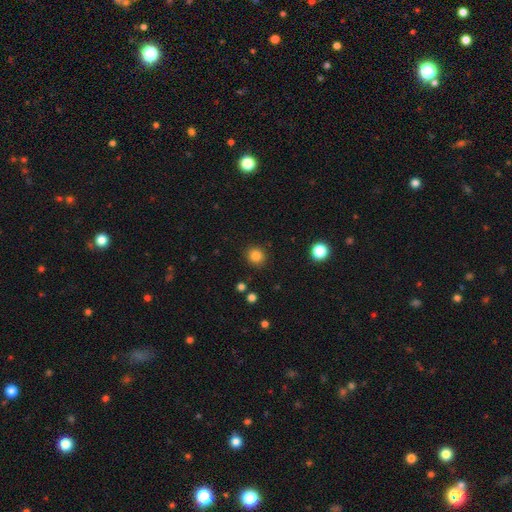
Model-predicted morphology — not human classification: Smooth or featured?
  - smooth: 84% *
  - star or artifact: 12%
  - featured or disk: 5%
How rounded?
  - round: 91% *
  - in between: 9%
  - cigar-shaped: 1%
Merging?
  - none: 90% *
  - minor disturbance: 6%
  - major disturbance: 2%
  - merger: 2%